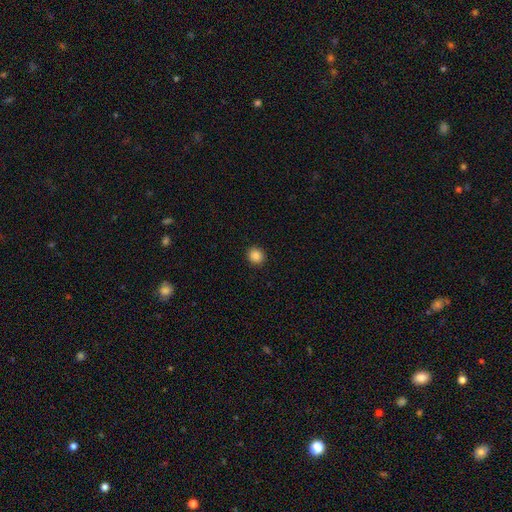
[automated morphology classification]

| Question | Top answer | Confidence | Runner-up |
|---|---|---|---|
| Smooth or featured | smooth | 86% | star or artifact (10%) |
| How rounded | round | 85% | in between (14%) |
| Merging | none | 92% | minor disturbance (5%) |